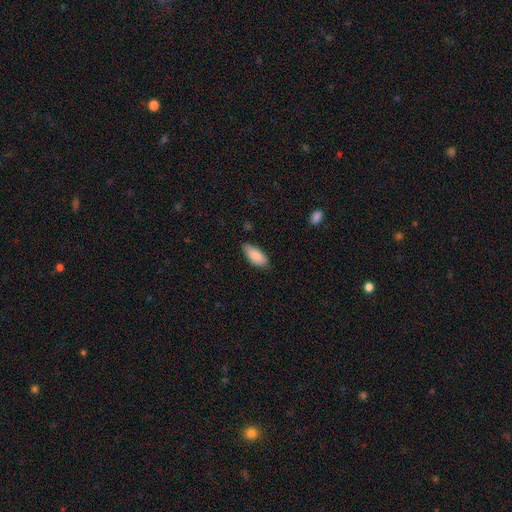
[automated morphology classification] Smooth or featured? smooth (87%)
How rounded? in between (87%)
Merging? none (72%)